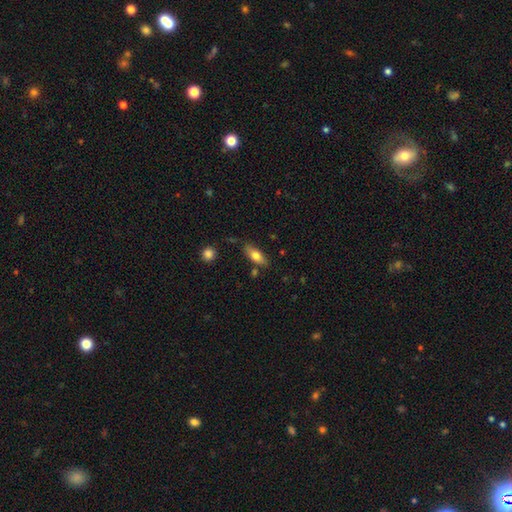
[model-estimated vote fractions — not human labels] A smooth galaxy with no disk features (74%) that is in between round and cigar-shaped (76%).

Vote fractions:
- Smooth or featured? smooth: 74% / featured or disk: 20% / star or artifact: 7%
- How rounded? in between: 76% / cigar-shaped: 21% / round: 3%
- Merging? none: 77% / minor disturbance: 16% / merger: 5% / major disturbance: 3%